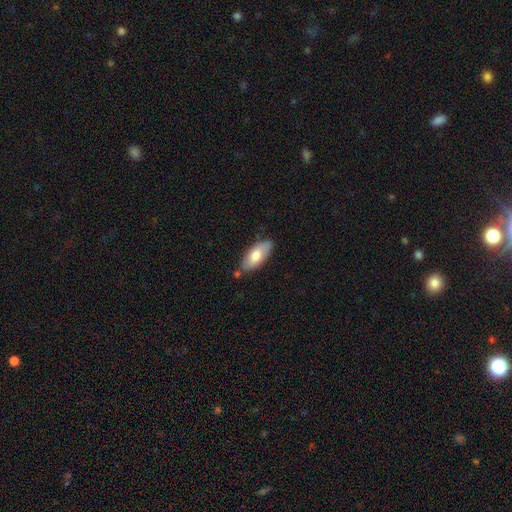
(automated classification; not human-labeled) A smooth galaxy with no disk features (72%) that is in between round and cigar-shaped (85%).

Vote fractions:
- Smooth or featured? smooth: 72% / featured or disk: 22% / star or artifact: 6%
- How rounded? in between: 85% / cigar-shaped: 13% / round: 2%
- Merging? none: 75% / minor disturbance: 17% / merger: 5% / major disturbance: 3%